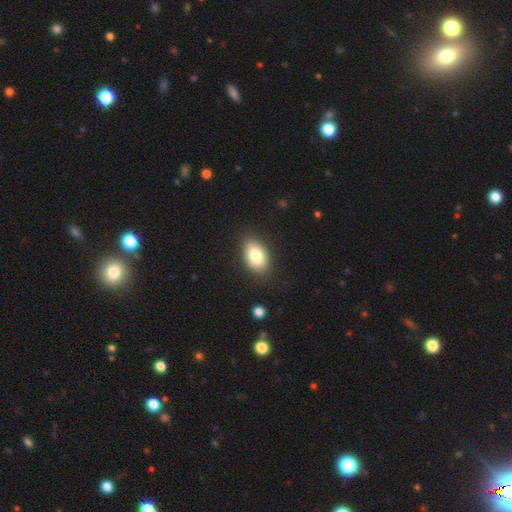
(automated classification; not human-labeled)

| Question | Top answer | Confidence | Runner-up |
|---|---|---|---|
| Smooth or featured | smooth | 81% | featured or disk (11%) |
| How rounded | in between | 87% | round (11%) |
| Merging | none | 85% | minor disturbance (11%) |